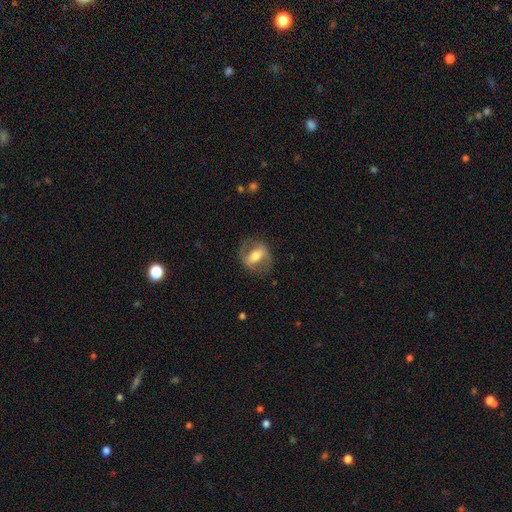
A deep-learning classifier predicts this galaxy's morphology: Overall: featured or disk (61%; smooth 32%). Edge-on disk: no (86%). Bar: strong (55%; weak 29%). Spiral arms: yes (51%; no 49%). Bulge size: moderate (63%). Merging: none (75%).